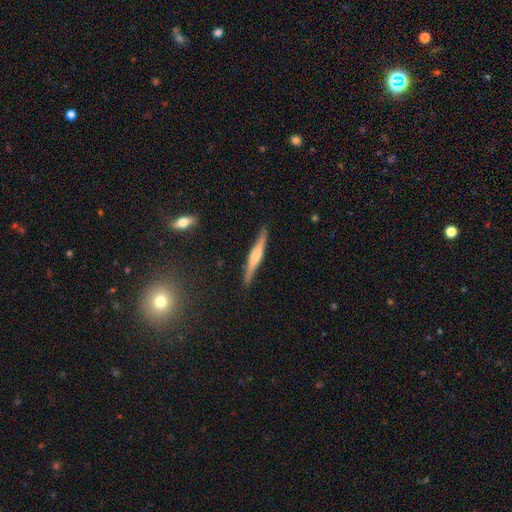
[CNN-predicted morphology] A featured or disk galaxy (60%) viewed edge-on (97%) with a rounded central bulge (65%). Merging: none (88%).